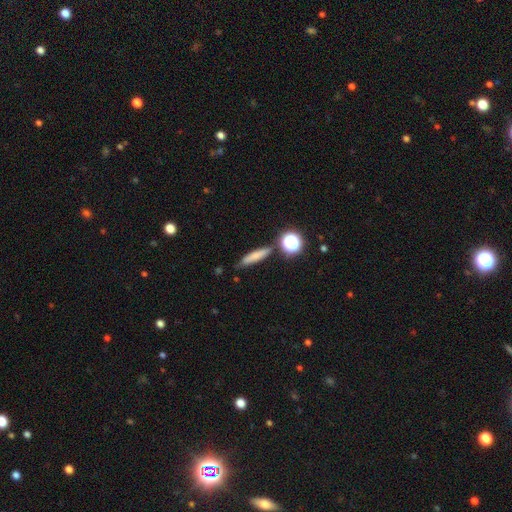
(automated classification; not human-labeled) Smooth or featured? Predicted: smooth (p=0.71). How rounded? Predicted: cigar-shaped (p=0.78). Merging? Predicted: none (p=0.77).